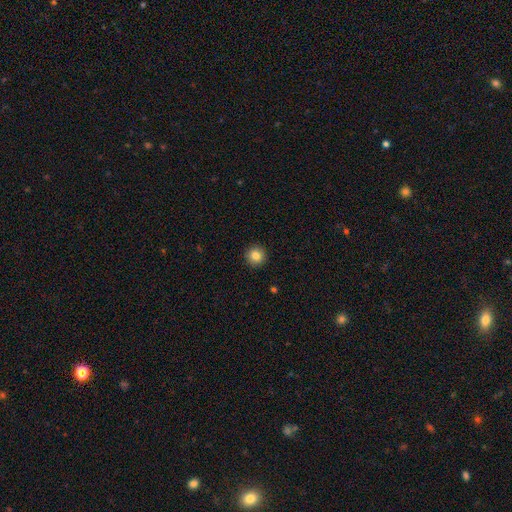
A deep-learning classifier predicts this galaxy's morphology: Smooth or featured?
  - smooth: 84% *
  - star or artifact: 10%
  - featured or disk: 6%
How rounded?
  - round: 95% *
  - in between: 4%
  - cigar-shaped: 1%
Merging?
  - none: 93% *
  - minor disturbance: 4%
  - major disturbance: 2%
  - merger: 1%